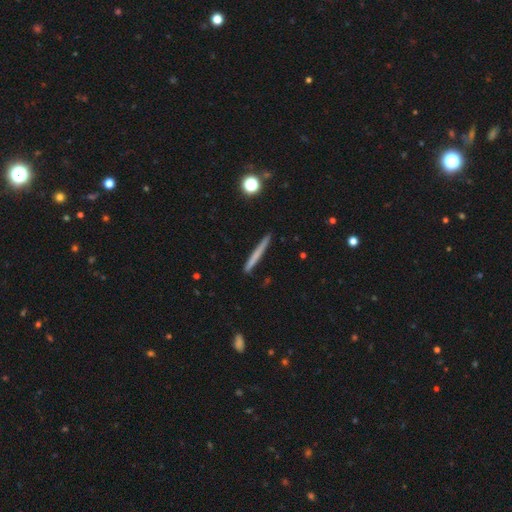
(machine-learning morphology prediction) The model was most divided on "smooth or featured": smooth: 61%, featured or disk: 32%, star or artifact: 6%. More confident: how rounded — cigar-shaped (97%); merging — none (91%).